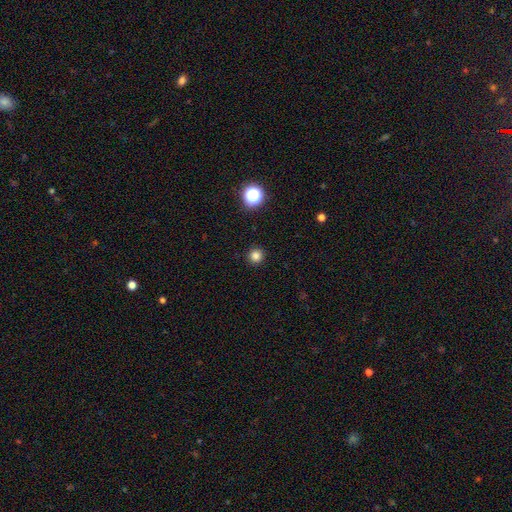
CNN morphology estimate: This appears to be a smooth galaxy with no disk features (82%) that is round (94%). Merging: none (92%).